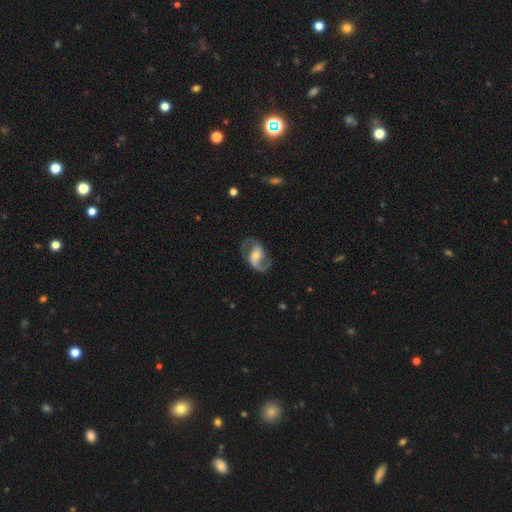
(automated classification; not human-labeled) Smooth or featured?
  - featured or disk: 84% *
  - smooth: 11%
  - star or artifact: 5%
Edge-on disk?
  - no: 97% *
  - yes: 3%
Bar?
  - weak: 43% *
  - no: 33%
  - strong: 24%
Spiral arms?
  - yes: 94% *
  - no: 6%
Spiral winding?
  - medium: 47% *
  - loose: 41%
  - tight: 12%
Spiral arm count?
  - 2: 86% *
  - 1: 8%
  - can't tell: 3%
  - 3: 1%
  - 4: 1%
  - more than 4: 1%
Bulge size?
  - moderate: 54% *
  - small: 33%
  - large: 8%
  - none: 3%
  - dominant: 1%
Merging?
  - none: 71% *
  - minor disturbance: 16%
  - major disturbance: 11%
  - merger: 2%